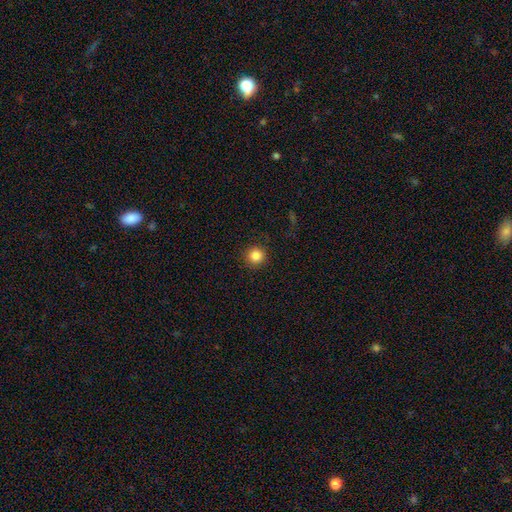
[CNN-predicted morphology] Overall: smooth (85%). How rounded: round (95%). Merging: none (91%).